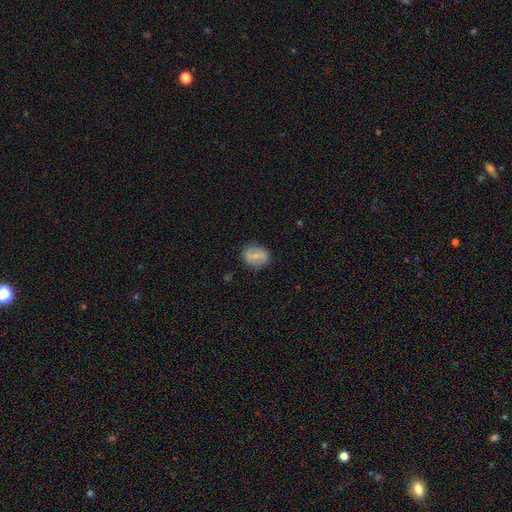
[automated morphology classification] Q: Smooth or featured?
A: smooth (54%); runner-up: featured or disk (37%)
Q: How rounded?
A: in between (55%); runner-up: round (43%)
Q: Merging?
A: none (81%); runner-up: minor disturbance (13%)